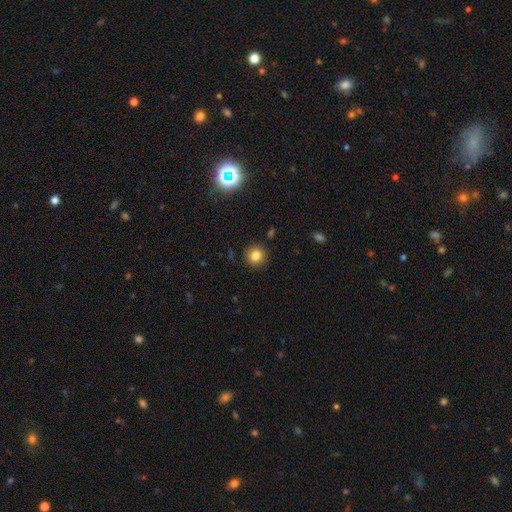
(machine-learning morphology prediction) smooth_or_featured: smooth (p=0.82) [alt: star or artifact p=0.12]
how_rounded: round (p=0.91) [alt: in between p=0.08]
merging: none (p=0.90) [alt: minor disturbance p=0.06]